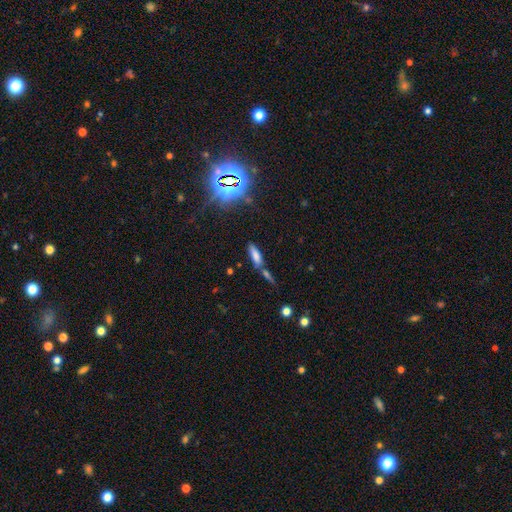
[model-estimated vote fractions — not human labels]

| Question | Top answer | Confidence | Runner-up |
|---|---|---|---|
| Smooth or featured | smooth | 70% | featured or disk (15%) |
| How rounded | cigar-shaped | 53% | in between (45%) |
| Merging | none | 49% | merger (34%) |